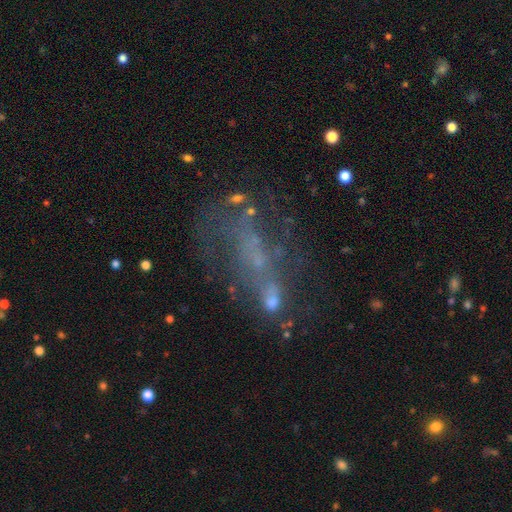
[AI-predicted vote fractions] featured or disk 53%, smooth 25%, star or artifact 22%. Down the decision tree: edge-on disk — no (93%); merging — none (43%).